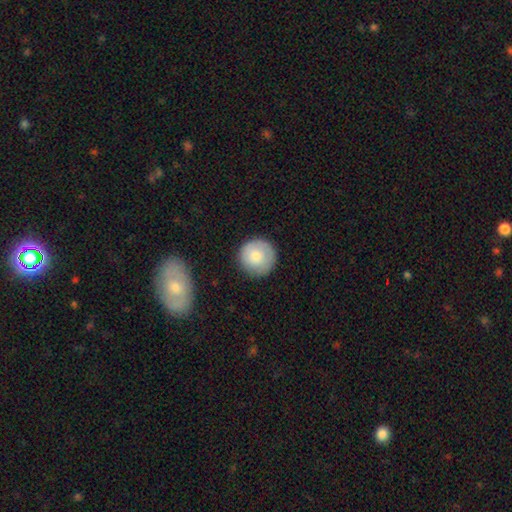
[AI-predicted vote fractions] The model was most divided on "smooth or featured": smooth: 79%, featured or disk: 14%, star or artifact: 7%. More confident: how rounded — round (95%); merging — none (87%).